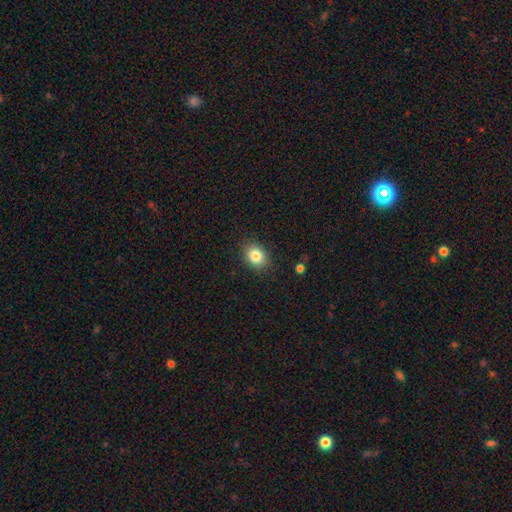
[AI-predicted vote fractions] Overall: smooth (83%). How rounded: in between (54%; round 45%). Merging: none (86%).